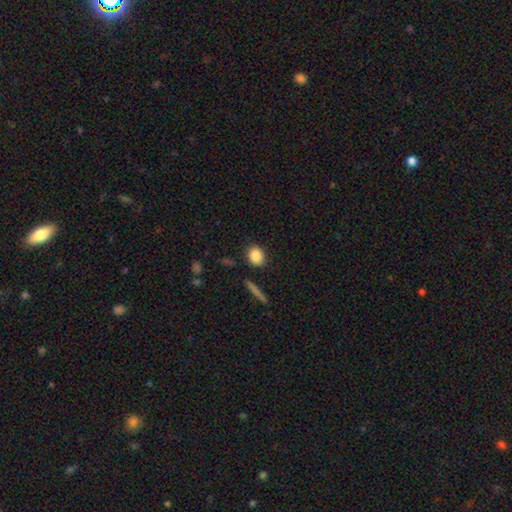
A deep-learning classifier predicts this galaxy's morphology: Smooth or featured: smooth — 85% (star or artifact — 8%)
How rounded: round — 57% (in between — 41%)
Merging: none — 86% (minor disturbance — 9%)